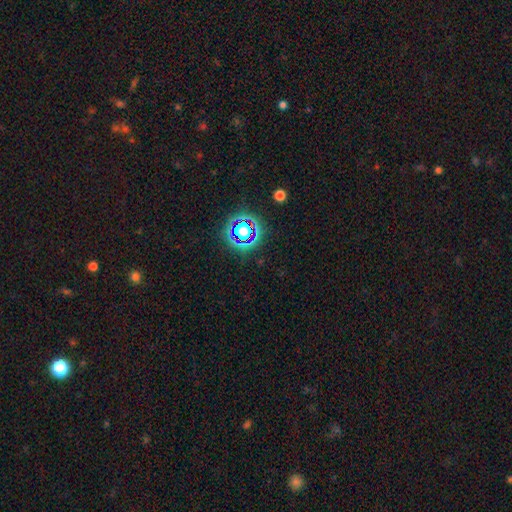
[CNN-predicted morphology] The model was most divided on "smooth or featured": star or artifact: 77%, smooth: 14%, featured or disk: 9%.